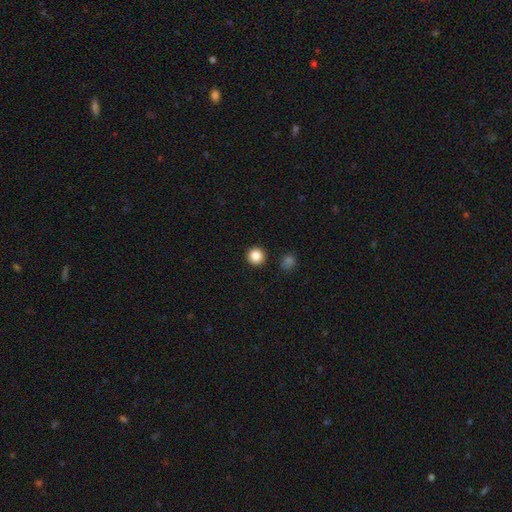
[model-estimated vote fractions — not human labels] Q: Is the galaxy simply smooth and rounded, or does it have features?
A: smooth — 86%.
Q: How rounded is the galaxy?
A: round — 95%.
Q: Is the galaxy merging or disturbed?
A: none — 92%.